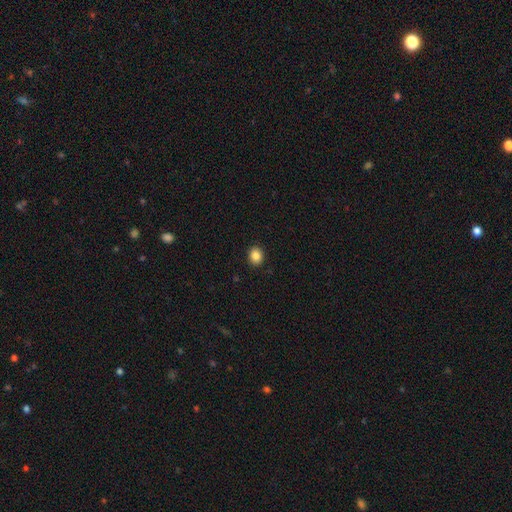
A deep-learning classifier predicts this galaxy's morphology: Smooth or featured: smooth — 86% (star or artifact — 10%)
How rounded: round — 61% (in between — 38%)
Merging: none — 92% (minor disturbance — 6%)